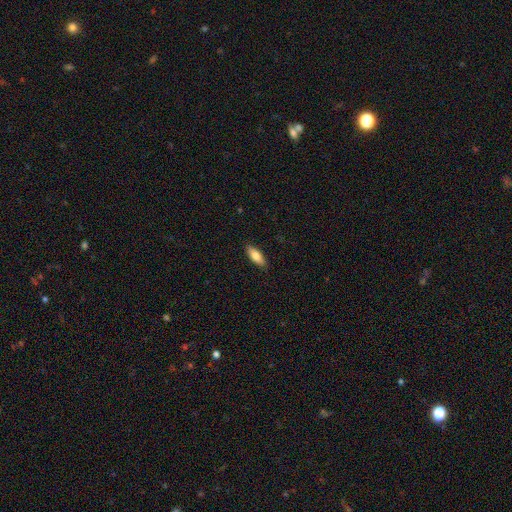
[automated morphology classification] A smooth galaxy with no disk features (76%) that is in between round and cigar-shaped (68%).

Vote fractions:
- Smooth or featured? smooth: 76% / featured or disk: 18% / star or artifact: 6%
- How rounded? in between: 68% / cigar-shaped: 30% / round: 2%
- Merging? none: 88% / minor disturbance: 9% / major disturbance: 2% / merger: 1%